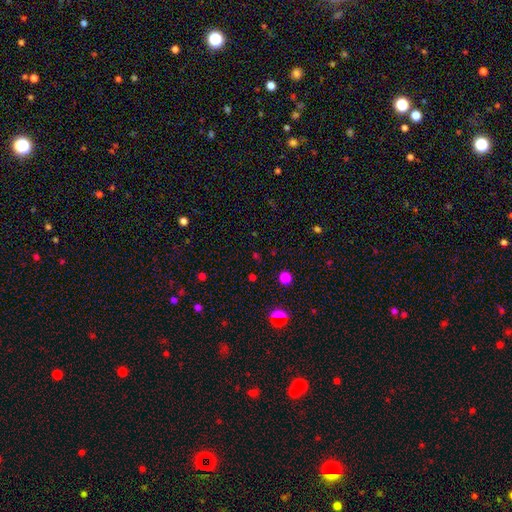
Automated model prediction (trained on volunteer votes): Smooth or featured: star or artifact — 50% (smooth — 44%)